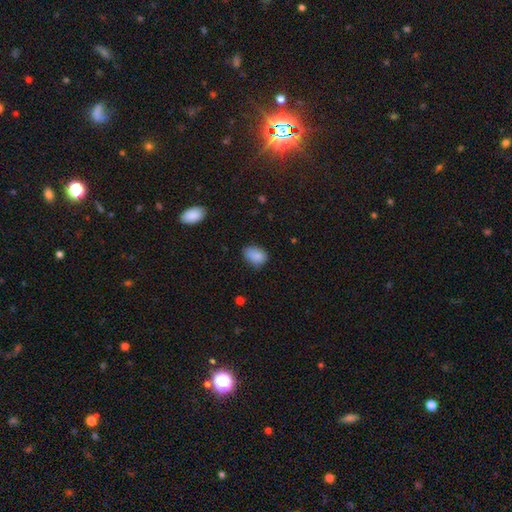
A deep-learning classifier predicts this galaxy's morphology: This appears to be a smooth galaxy with no disk features (86%) that is in between round and cigar-shaped (79%). Merging: none (67%).